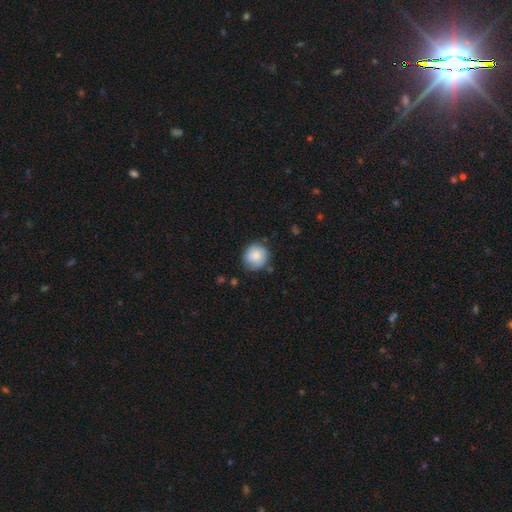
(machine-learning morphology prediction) Q: Smooth or featured?
A: smooth (82%); runner-up: featured or disk (11%)
Q: How rounded?
A: round (88%); runner-up: in between (11%)
Q: Merging?
A: none (77%); runner-up: minor disturbance (18%)